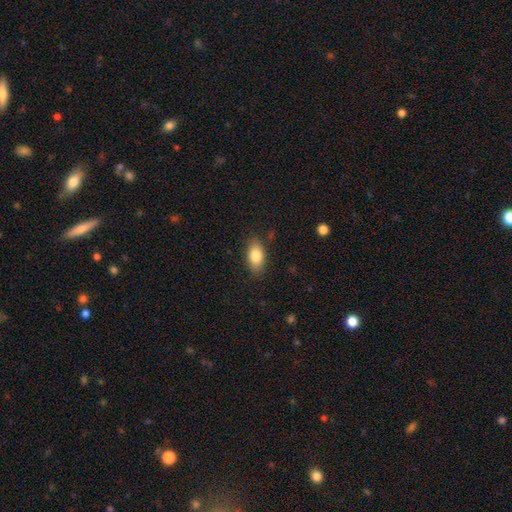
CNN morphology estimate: smooth-or-featured: smooth: 83% | featured or disk: 10% | star or artifact: 7%
  how-rounded: in between: 90% | cigar-shaped: 6% | round: 5%
  merging: none: 84% | minor disturbance: 11% | major disturbance: 3% | merger: 1%